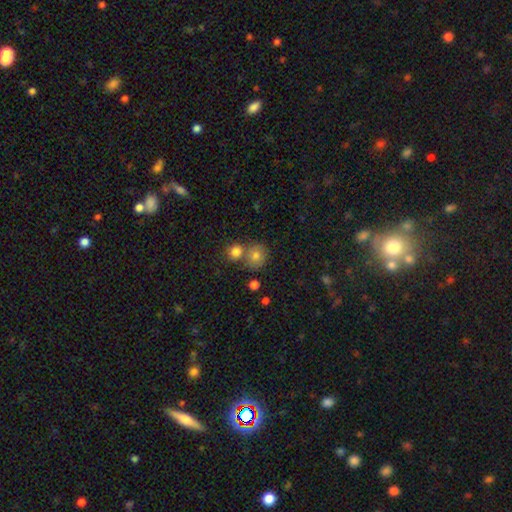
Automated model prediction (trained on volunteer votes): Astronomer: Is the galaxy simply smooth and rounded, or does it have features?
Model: smooth — 78%.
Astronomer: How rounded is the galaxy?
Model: round — 84%.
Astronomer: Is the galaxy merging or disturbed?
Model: none — 55% (runner-up: merger, 31%).